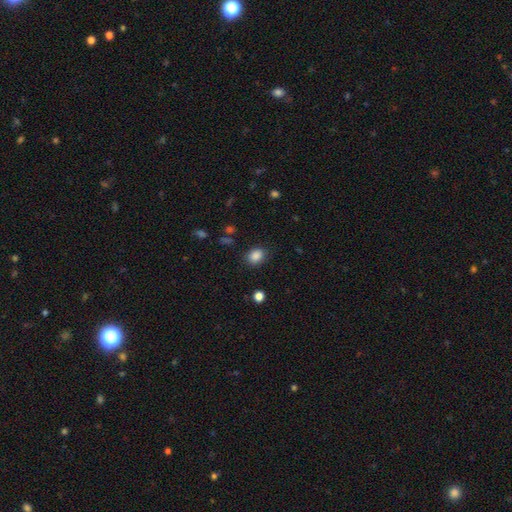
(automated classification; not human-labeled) A smooth galaxy with no disk features (86%) that is in between round and cigar-shaped (56%). Merging: none (83%).